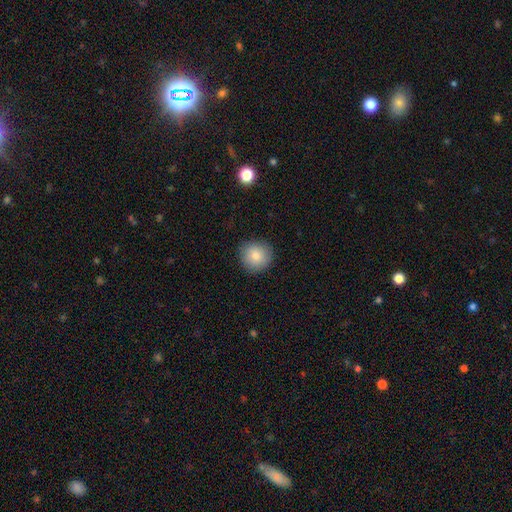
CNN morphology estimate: This appears to be a smooth galaxy with no disk features (83%) that is round (92%). Merging: none (89%).